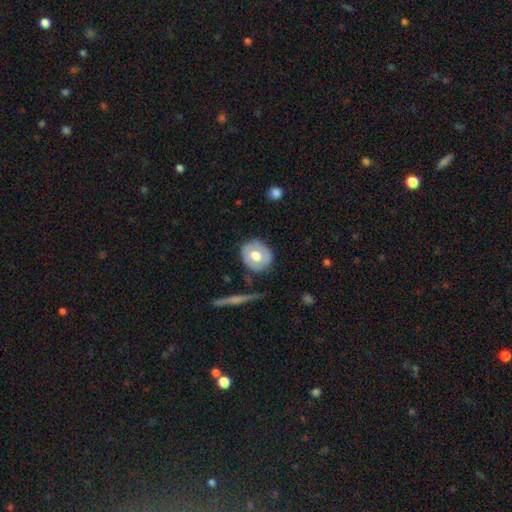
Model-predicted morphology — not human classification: smooth_or_featured: smooth (p=0.61) [alt: featured or disk p=0.33]
how_rounded: round (p=0.80) [alt: in between p=0.19]
merging: none (p=0.81) [alt: minor disturbance p=0.13]